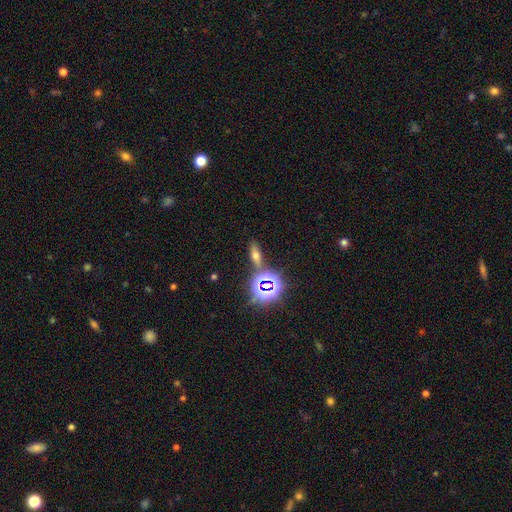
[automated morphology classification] This appears to be a smooth galaxy with no disk features (44%). Merging: none (78%).